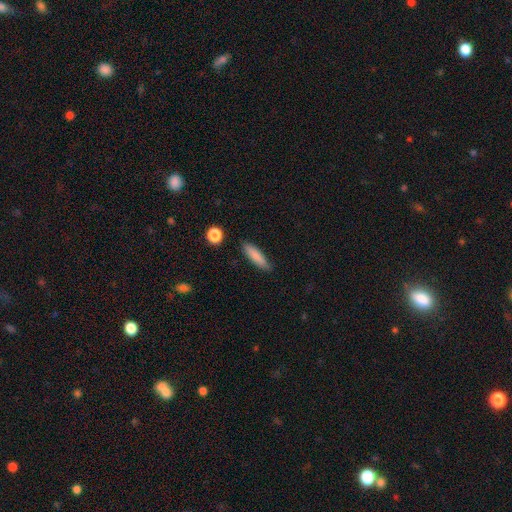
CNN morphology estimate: Q: Smooth or featured?
A: smooth (84%); runner-up: featured or disk (9%)
Q: How rounded?
A: cigar-shaped (70%); runner-up: in between (28%)
Q: Merging?
A: none (85%); runner-up: minor disturbance (11%)